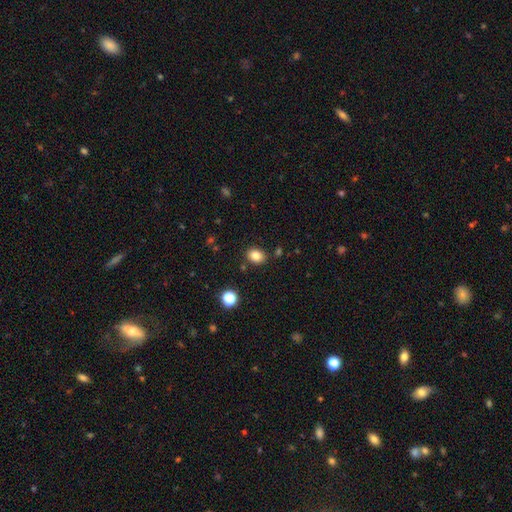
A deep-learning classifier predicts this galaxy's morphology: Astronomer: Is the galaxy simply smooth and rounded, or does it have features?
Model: smooth — 82%.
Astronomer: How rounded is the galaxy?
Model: in between — 59% (runner-up: round, 40%).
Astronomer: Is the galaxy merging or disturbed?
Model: none — 85%.